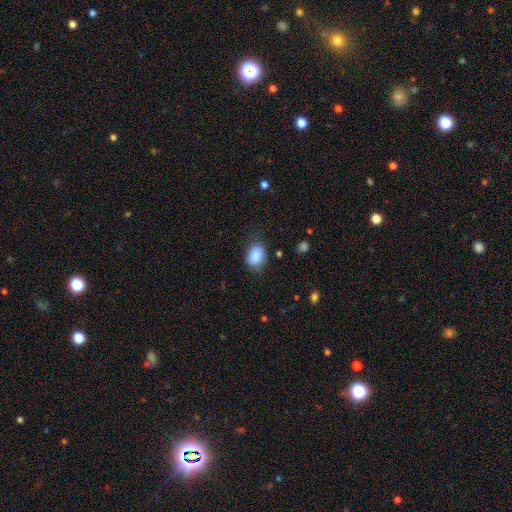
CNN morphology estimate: Q: Smooth or featured?
A: smooth (88%); runner-up: star or artifact (8%)
Q: How rounded?
A: in between (76%); runner-up: round (23%)
Q: Merging?
A: none (72%); runner-up: minor disturbance (20%)